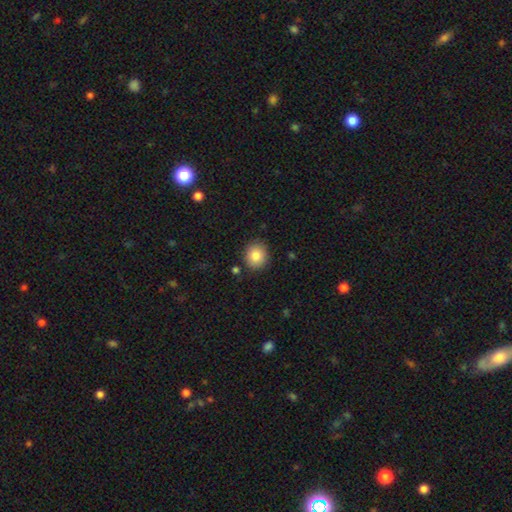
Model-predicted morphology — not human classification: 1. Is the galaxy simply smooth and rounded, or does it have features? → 84% smooth, 9% star or artifact, 7% featured or disk.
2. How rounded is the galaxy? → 78% round, 21% in between, 1% cigar-shaped.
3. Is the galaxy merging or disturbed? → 86% none, 9% minor disturbance, 3% merger, 2% major disturbance.